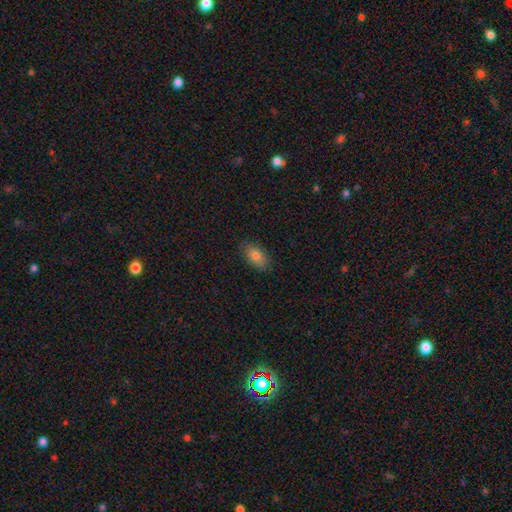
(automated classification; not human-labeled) A smooth galaxy with no disk features (79%) that is in between round and cigar-shaped (90%).

Vote fractions:
- Smooth or featured? smooth: 79% / featured or disk: 12% / star or artifact: 8%
- How rounded? in between: 90% / round: 7% / cigar-shaped: 3%
- Merging? none: 85% / minor disturbance: 12% / major disturbance: 2% / merger: 1%